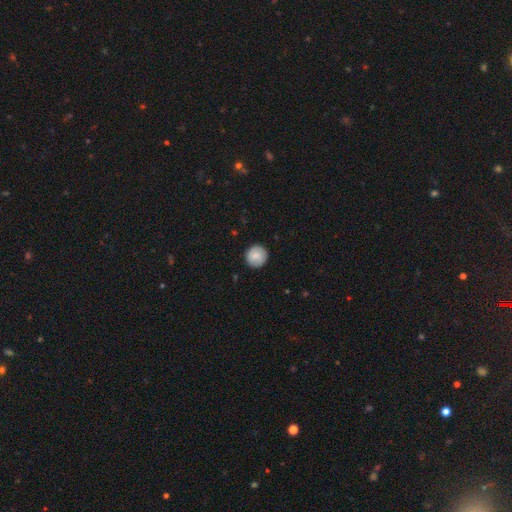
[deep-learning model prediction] Smooth or featured? smooth (75%)
How rounded? round (94%)
Merging? none (89%)